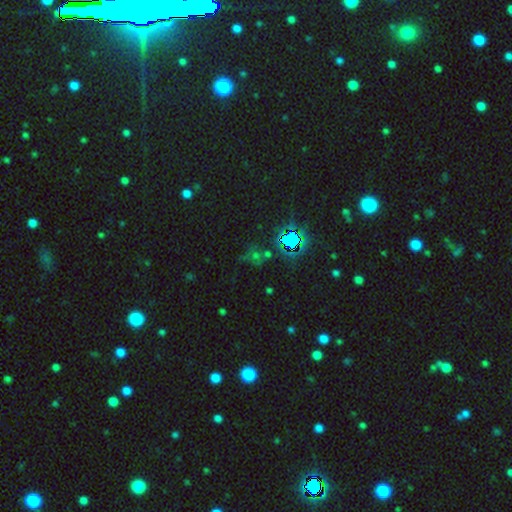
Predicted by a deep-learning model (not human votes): Morphology: type=star or artifact (65%).